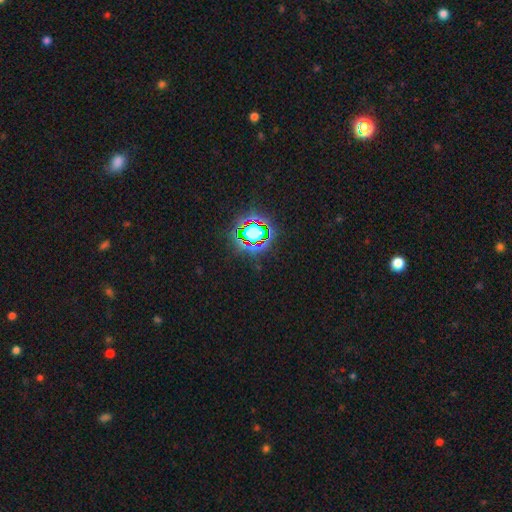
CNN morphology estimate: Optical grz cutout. It shows a star or artifact, not a galaxy (80%).